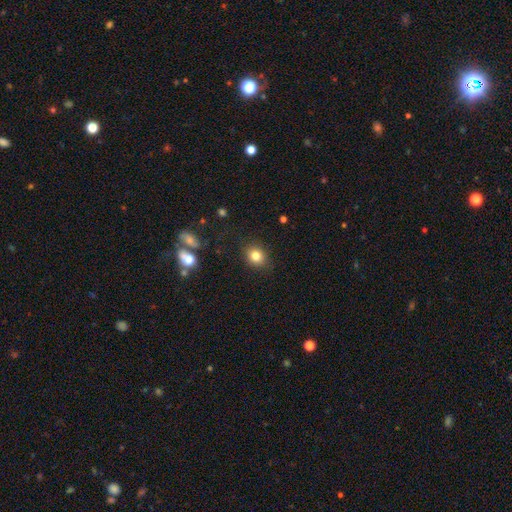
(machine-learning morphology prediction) A smooth galaxy with no disk features (81%) that is round (71%).

Vote fractions:
- Smooth or featured? smooth: 81% / star or artifact: 11% / featured or disk: 8%
- How rounded? round: 71% / in between: 28% / cigar-shaped: 1%
- Merging? none: 87% / minor disturbance: 9% / major disturbance: 3% / merger: 2%